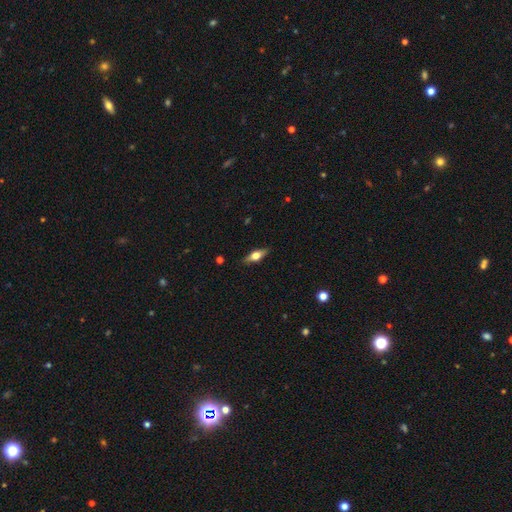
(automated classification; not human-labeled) Smooth or featured? Predicted: featured or disk (p=0.52). Edge-on disk? Predicted: yes (p=0.91). Merging? Predicted: none (p=0.87).